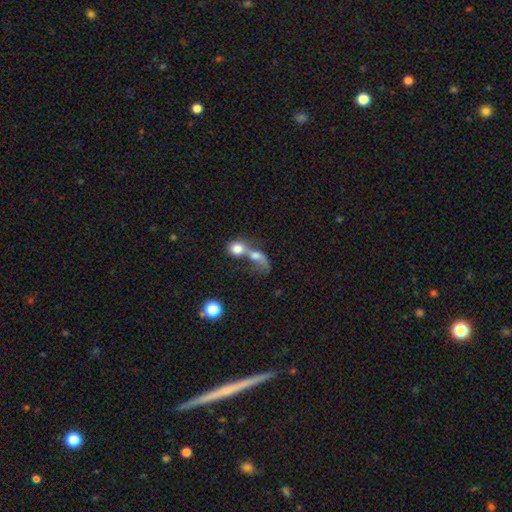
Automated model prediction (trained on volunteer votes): Smooth or featured: smooth — 65% (featured or disk — 24%)
How rounded: in between — 47% (tied with round — 47%)
Merging: merger — 76% (major disturbance — 10%)